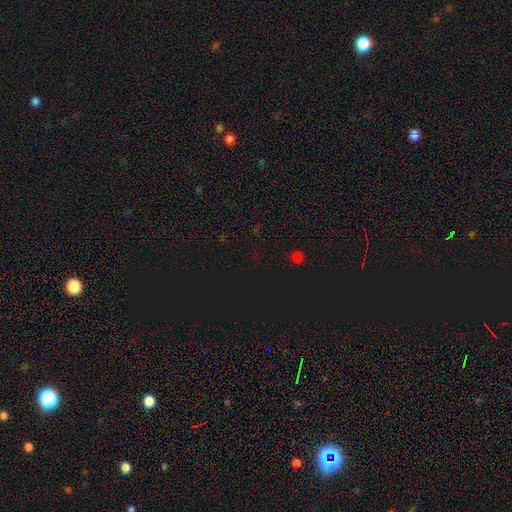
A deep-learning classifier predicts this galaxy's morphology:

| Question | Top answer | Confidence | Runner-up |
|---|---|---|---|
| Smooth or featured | star or artifact | 75% | smooth (19%) |